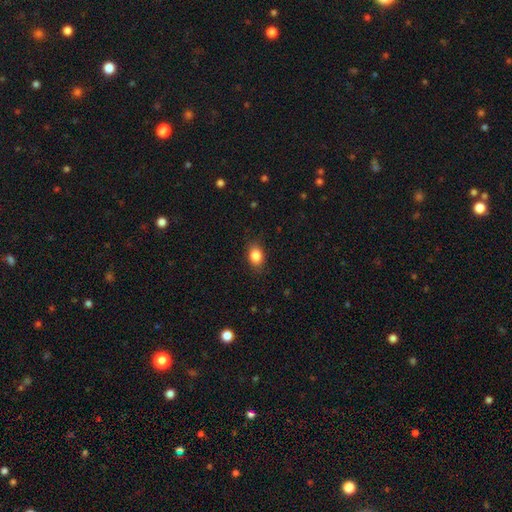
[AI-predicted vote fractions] Smooth or featured? Predicted: smooth (p=0.86). How rounded? Predicted: in between (p=0.70). Merging? Predicted: none (p=0.84).